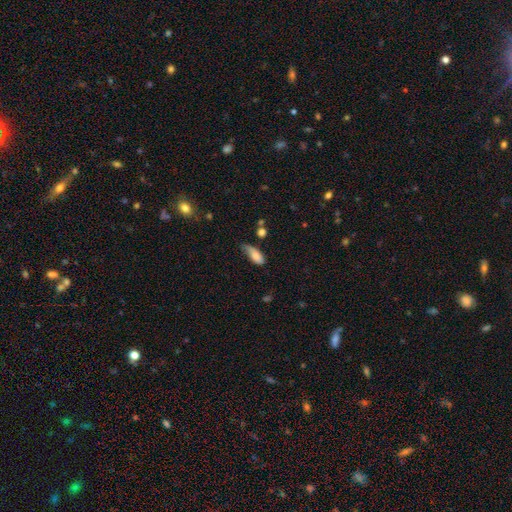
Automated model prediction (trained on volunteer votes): smooth_or_featured: smooth (p=0.77) [alt: featured or disk p=0.15]
how_rounded: in between (p=0.80) [alt: cigar-shaped p=0.17]
merging: minor disturbance (p=0.43) [alt: none p=0.30]